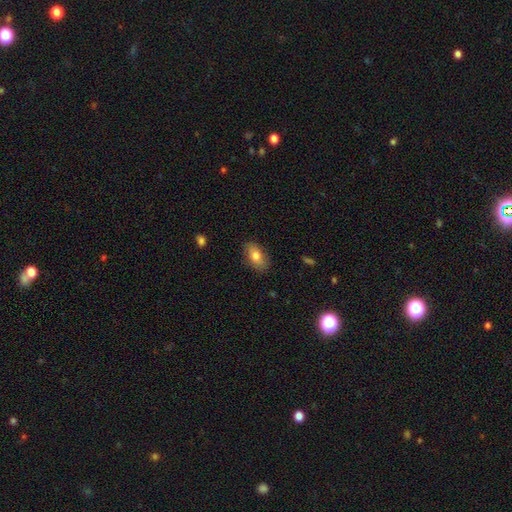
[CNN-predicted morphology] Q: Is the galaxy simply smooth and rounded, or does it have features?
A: smooth — 76%.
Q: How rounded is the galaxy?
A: in between — 89%.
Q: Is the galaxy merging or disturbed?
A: none — 84%.